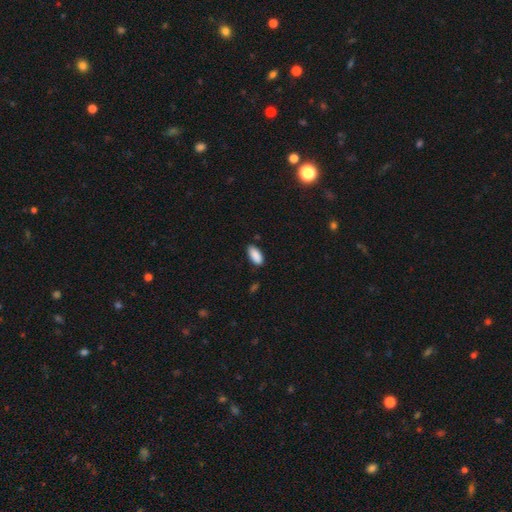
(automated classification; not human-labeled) smooth_or_featured: smooth (p=0.90) [alt: star or artifact p=0.07]
how_rounded: in between (p=0.88) [alt: cigar-shaped p=0.10]
merging: none (p=0.85) [alt: minor disturbance p=0.12]